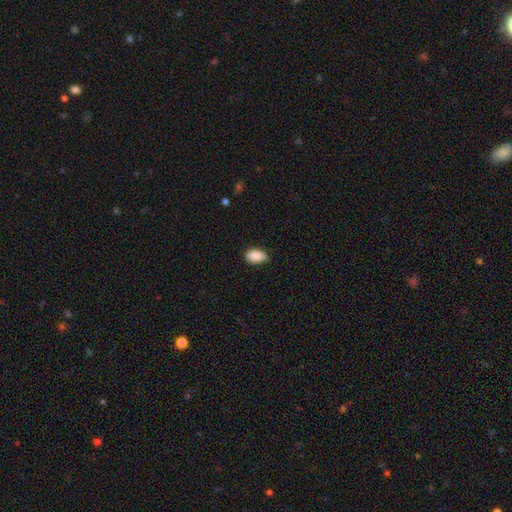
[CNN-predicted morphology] Smooth or featured?
  - smooth: 89% *
  - star or artifact: 7%
  - featured or disk: 4%
How rounded?
  - in between: 93% *
  - round: 5%
  - cigar-shaped: 2%
Merging?
  - none: 80% *
  - minor disturbance: 16%
  - major disturbance: 2%
  - merger: 1%